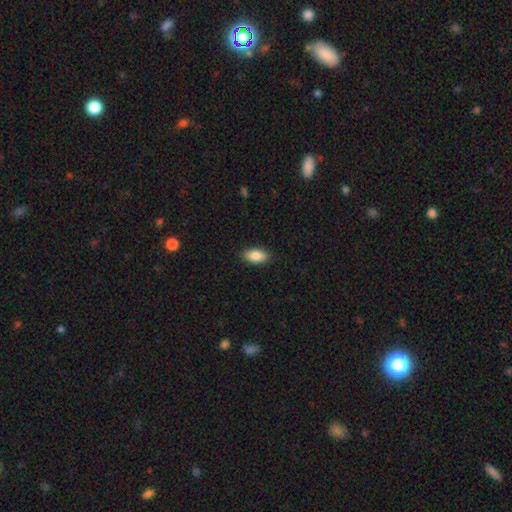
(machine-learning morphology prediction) This is clearly a smooth galaxy (85%). How rounded: clearly in between (91%). Merging: clearly none (89%).